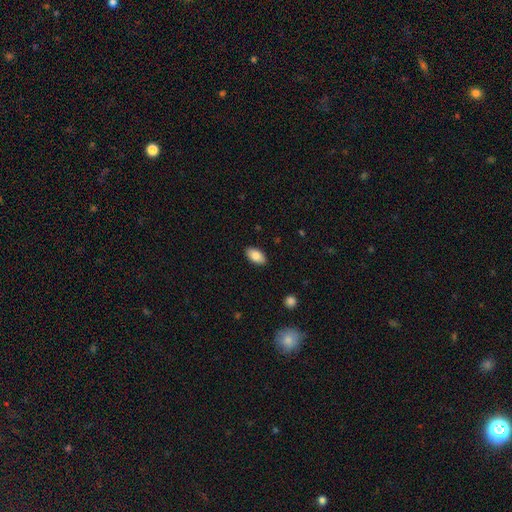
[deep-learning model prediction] smooth-or-featured: smooth: 86% | featured or disk: 7% | star or artifact: 7%
  how-rounded: in between: 94% | round: 3% | cigar-shaped: 2%
  merging: none: 88% | minor disturbance: 9% | major disturbance: 2% | merger: 1%